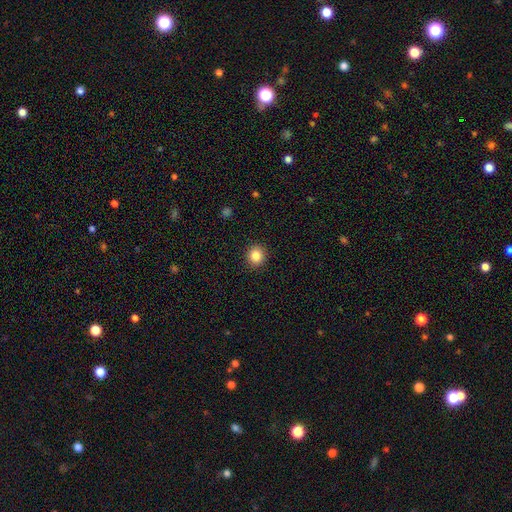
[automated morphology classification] The model was most divided on "smooth or featured": smooth: 84%, star or artifact: 11%, featured or disk: 5%. More confident: merging — none (92%); how rounded — round (88%).